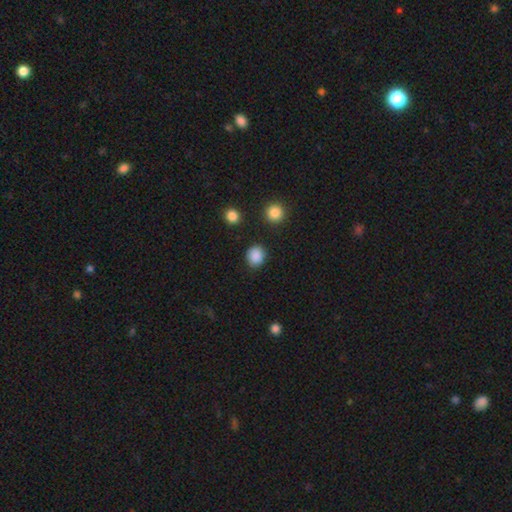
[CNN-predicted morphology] Overall: smooth (88%). How rounded: round (80%). Merging: none (87%).